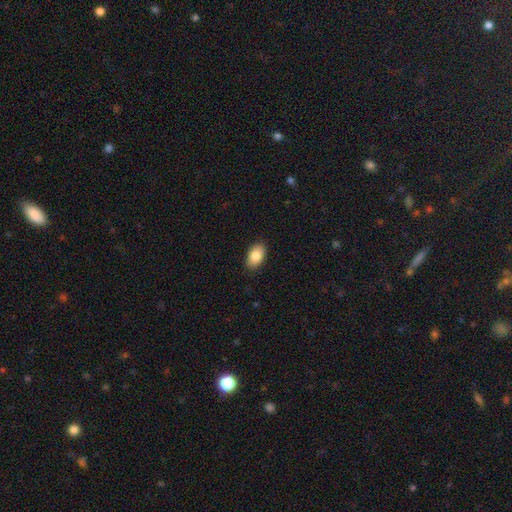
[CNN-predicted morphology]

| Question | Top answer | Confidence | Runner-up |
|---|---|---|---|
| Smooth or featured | smooth | 86% | featured or disk (7%) |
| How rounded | in between | 93% | round (5%) |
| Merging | none | 89% | minor disturbance (9%) |